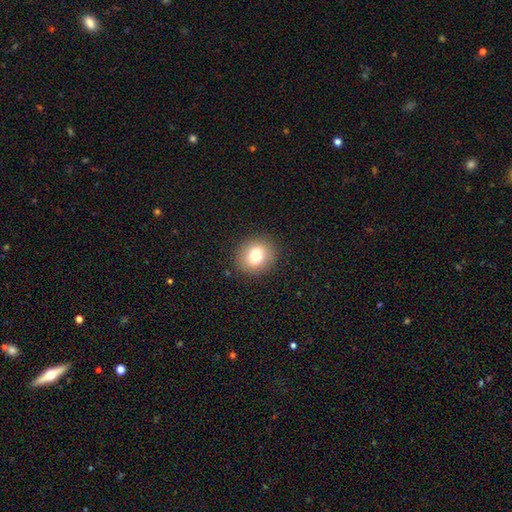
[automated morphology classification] smooth 77%, featured or disk 12%, star or artifact 11%. Down the decision tree: how rounded — round (79%); merging — none (89%).